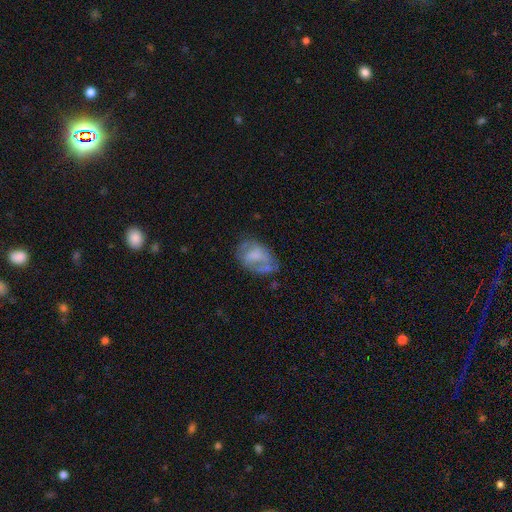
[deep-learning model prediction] Q: Smooth or featured?
A: smooth (46%); runner-up: featured or disk (45%)
Q: Merging?
A: none (44%); runner-up: minor disturbance (28%)